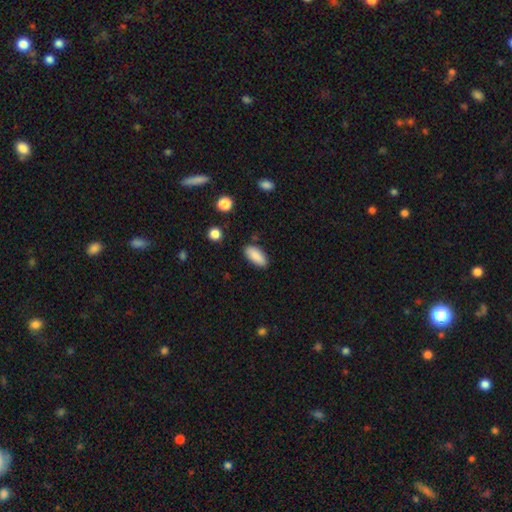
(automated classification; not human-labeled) Q: Smooth or featured?
A: smooth (89%); runner-up: star or artifact (7%)
Q: How rounded?
A: in between (87%); runner-up: cigar-shaped (11%)
Q: Merging?
A: none (85%); runner-up: minor disturbance (11%)